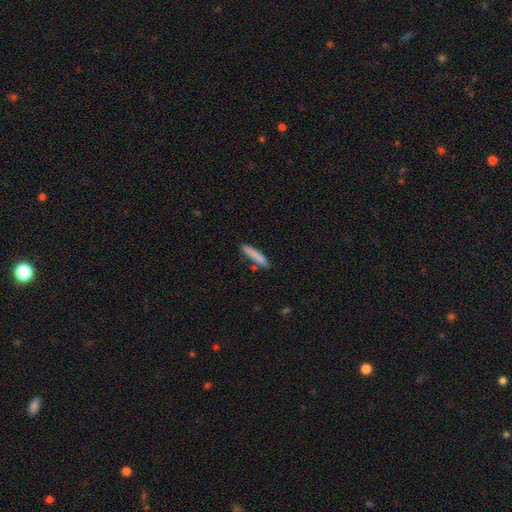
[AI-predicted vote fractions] This is clearly a smooth galaxy (82%). How rounded: clearly cigar-shaped (90%). Merging: likely none (79%).